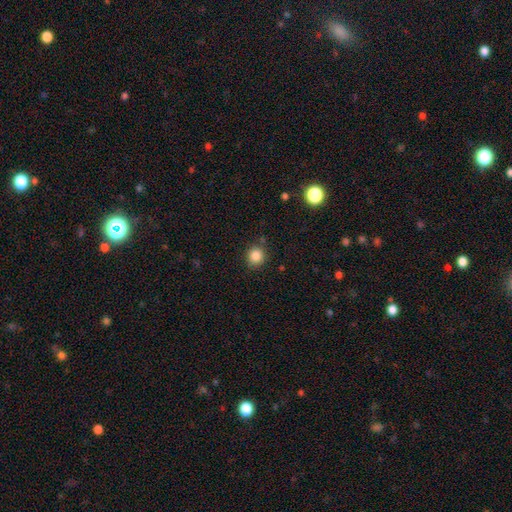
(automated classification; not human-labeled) Smooth or featured?
  - smooth: 85% *
  - star or artifact: 11%
  - featured or disk: 4%
How rounded?
  - round: 89% *
  - in between: 10%
  - cigar-shaped: 1%
Merging?
  - none: 85% *
  - minor disturbance: 9%
  - merger: 3%
  - major disturbance: 3%